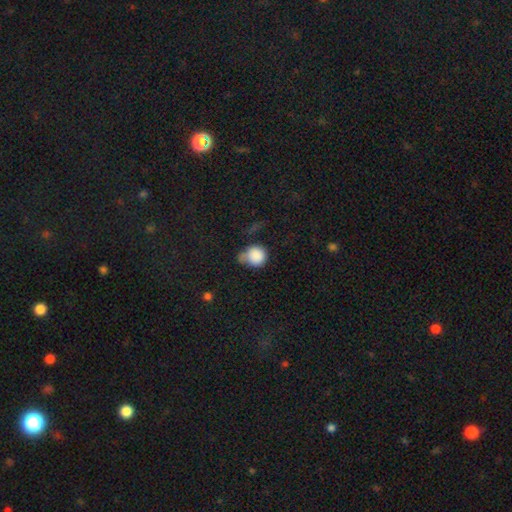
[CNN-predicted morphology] The model was most divided on "merging": none: 37%, minor disturbance: 36%, major disturbance: 16%, merger: 11%. More confident: how rounded — round (85%); smooth or featured — smooth (85%).